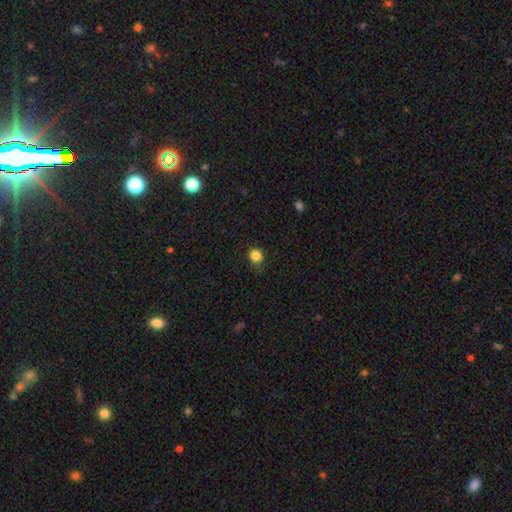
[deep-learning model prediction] smooth 84%, star or artifact 12%, featured or disk 4%. Down the decision tree: how rounded — round (84%); merging — none (72%).